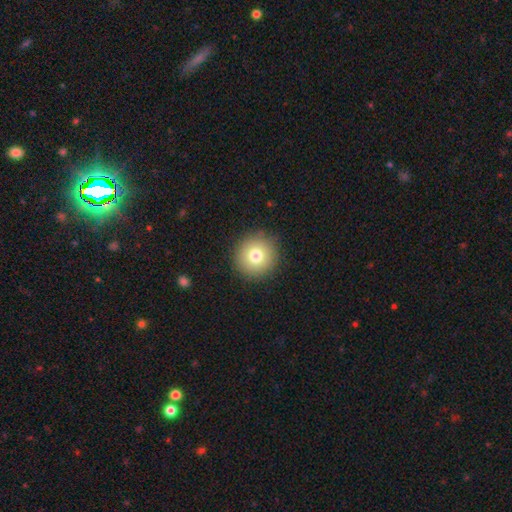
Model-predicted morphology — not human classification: smooth-or-featured: smooth: 77% | featured or disk: 12% | star or artifact: 11%
  how-rounded: round: 94% | in between: 6% | cigar-shaped: 1%
  merging: none: 90% | minor disturbance: 6% | major disturbance: 2% | merger: 1%